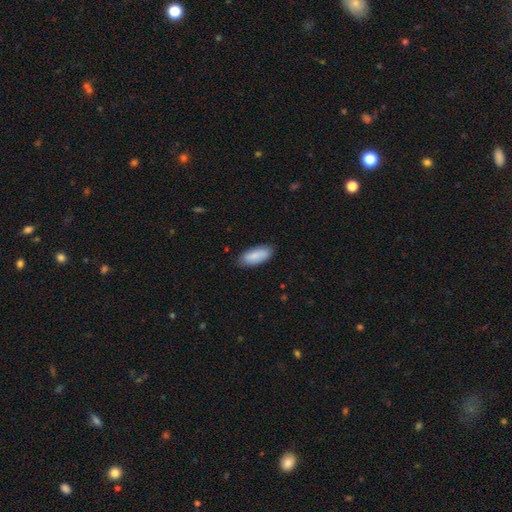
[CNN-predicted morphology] A smooth galaxy with no disk features (85%) that is in between round and cigar-shaped (84%). Merging: none (84%).